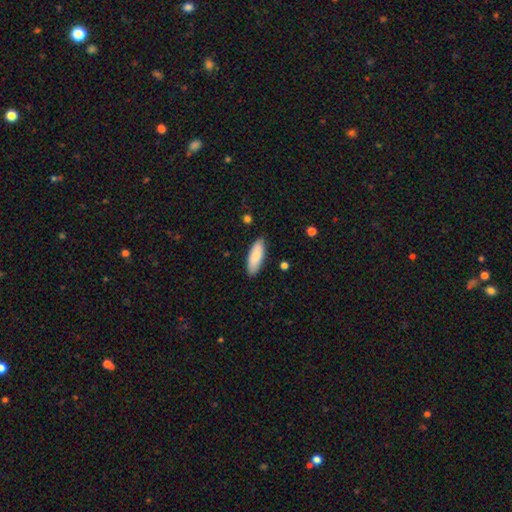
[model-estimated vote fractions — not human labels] Smooth or featured?
  - smooth: 87% *
  - featured or disk: 8%
  - star or artifact: 5%
How rounded?
  - in between: 66% *
  - cigar-shaped: 33%
  - round: 2%
Merging?
  - none: 87% *
  - minor disturbance: 10%
  - major disturbance: 2%
  - merger: 1%